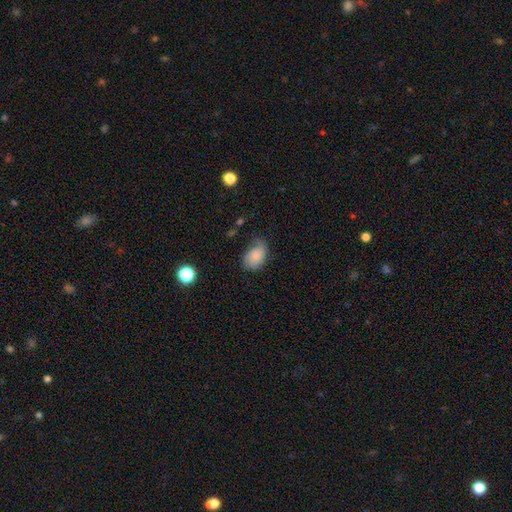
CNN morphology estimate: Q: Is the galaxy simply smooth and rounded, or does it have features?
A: smooth — 72%.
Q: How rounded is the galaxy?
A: in between — 85%.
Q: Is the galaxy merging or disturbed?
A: none — 49%.